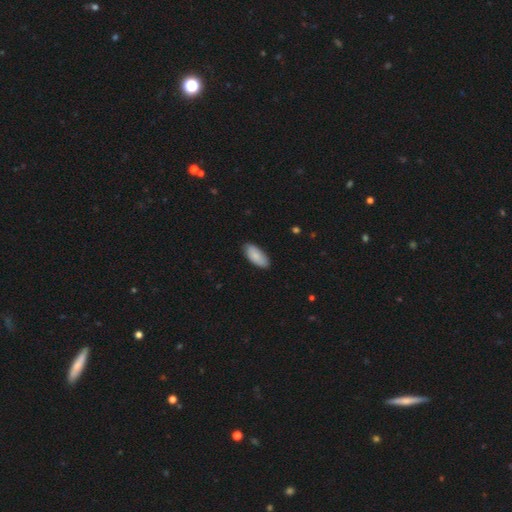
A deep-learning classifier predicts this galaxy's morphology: Smooth or featured?
  - smooth: 84% *
  - featured or disk: 10%
  - star or artifact: 6%
How rounded?
  - in between: 90% *
  - cigar-shaped: 8%
  - round: 2%
Merging?
  - none: 84% *
  - minor disturbance: 13%
  - major disturbance: 2%
  - merger: 1%